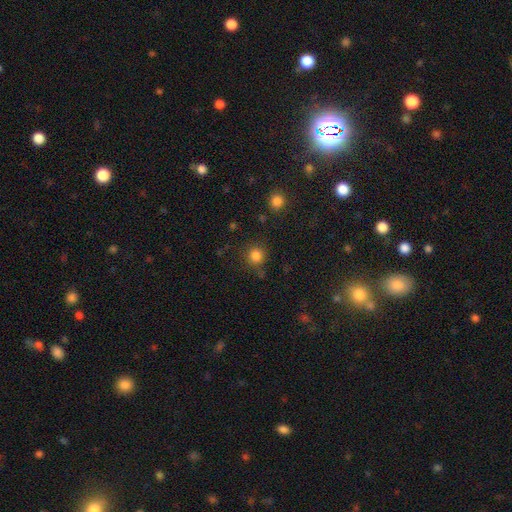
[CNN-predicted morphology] Smooth or featured: smooth — 83% (star or artifact — 13%)
How rounded: round — 92% (in between — 7%)
Merging: none — 81% (minor disturbance — 10%)